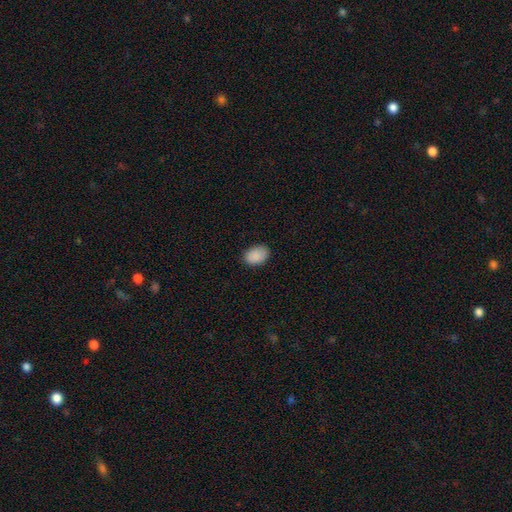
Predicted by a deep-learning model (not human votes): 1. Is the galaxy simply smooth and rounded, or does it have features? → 89% smooth, 8% star or artifact, 3% featured or disk.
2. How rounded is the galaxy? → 83% in between, 16% round, 1% cigar-shaped.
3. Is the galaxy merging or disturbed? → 83% none, 13% minor disturbance, 3% major disturbance, 1% merger.